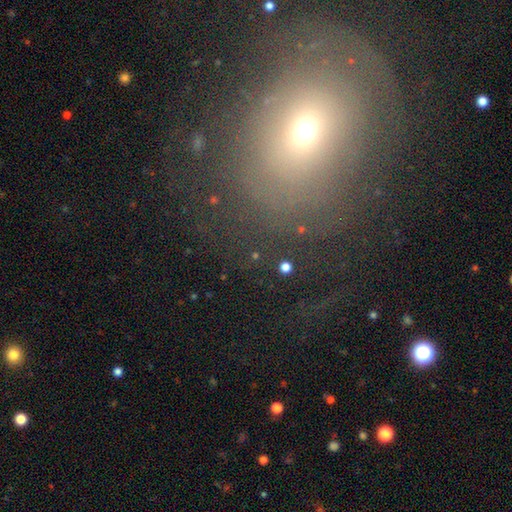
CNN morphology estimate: star or artifact 48%, smooth 32%, featured or disk 20%.